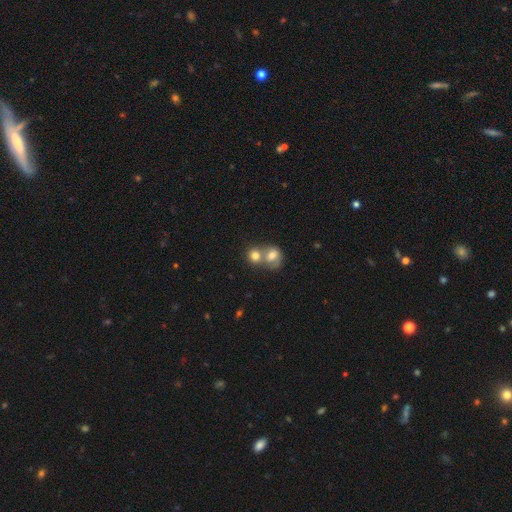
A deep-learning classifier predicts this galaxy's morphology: A smooth galaxy with no disk features (70%) that is round (73%). Merging: merger (67%).